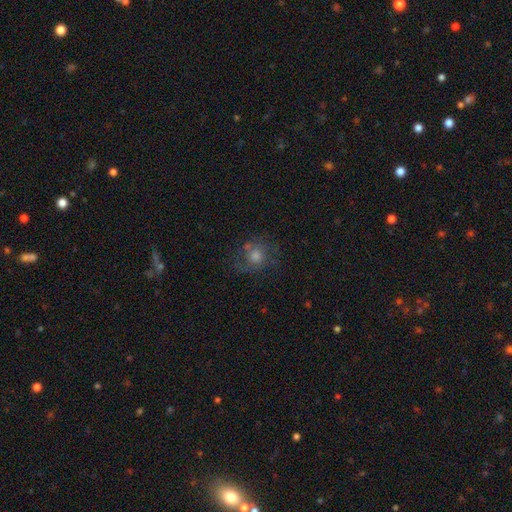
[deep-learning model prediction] Smooth or featured? featured or disk (46%)
Merging? none (65%)